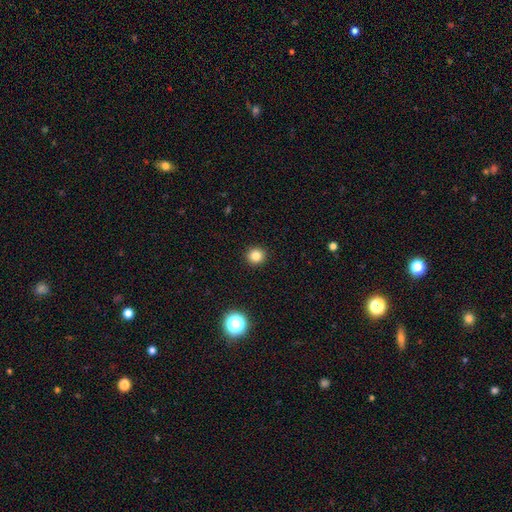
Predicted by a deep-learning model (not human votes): A smooth galaxy with no disk features (82%) that is round (92%).

Vote fractions:
- Smooth or featured? smooth: 82% / star or artifact: 13% / featured or disk: 5%
- How rounded? round: 92% / in between: 7% / cigar-shaped: 1%
- Merging? none: 93% / minor disturbance: 4% / major disturbance: 2% / merger: 1%